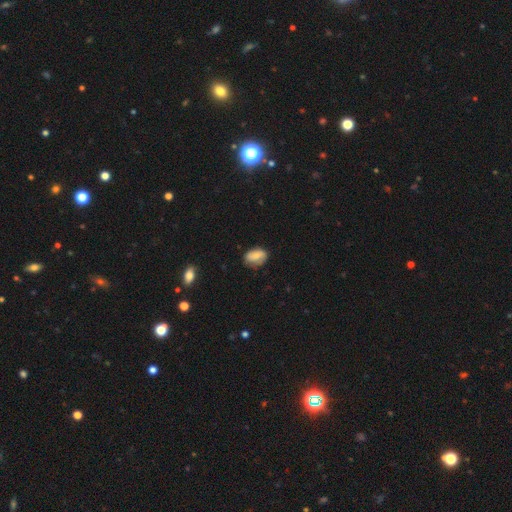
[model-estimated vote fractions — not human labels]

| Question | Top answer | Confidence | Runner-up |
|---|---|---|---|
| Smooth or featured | smooth | 70% | featured or disk (23%) |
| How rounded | in between | 82% | round (17%) |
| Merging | none | 64% | minor disturbance (27%) |